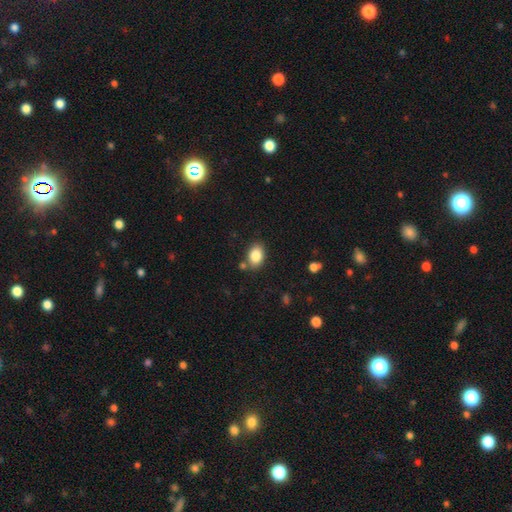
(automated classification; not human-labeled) This appears to be a smooth galaxy with no disk features (85%) that is in between round and cigar-shaped (79%). Merging: none (78%).